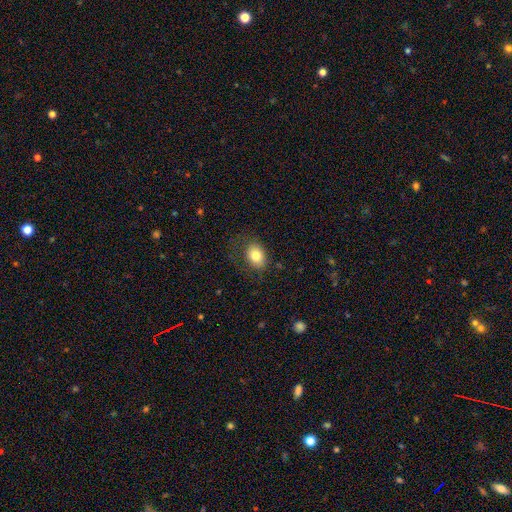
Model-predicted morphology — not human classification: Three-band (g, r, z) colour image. It shows a smooth galaxy with no disk features (80%) that is in between round and cigar-shaped (66%). Merging: none (70%).